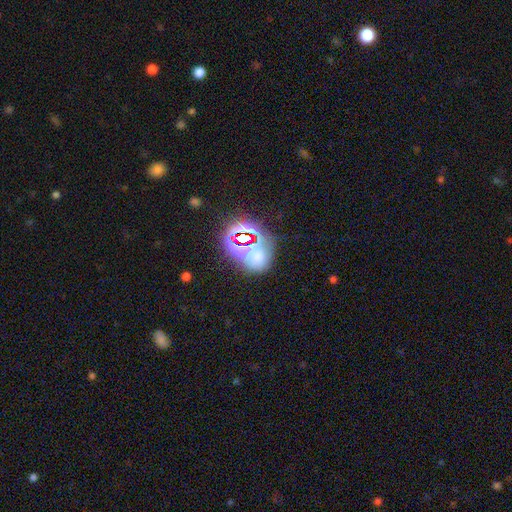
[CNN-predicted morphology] smooth-or-featured: star or artifact: 45% | smooth: 44% | featured or disk: 11%